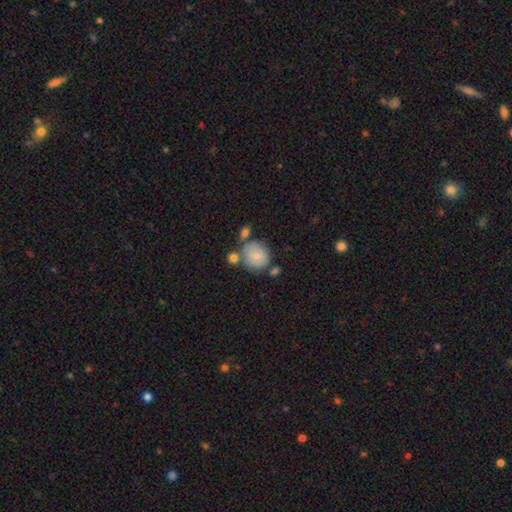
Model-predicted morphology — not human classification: Smooth or featured?
  - smooth: 77% *
  - featured or disk: 15%
  - star or artifact: 8%
How rounded?
  - round: 82% *
  - in between: 17%
  - cigar-shaped: 1%
Merging?
  - none: 58% *
  - merger: 19%
  - minor disturbance: 18%
  - major disturbance: 5%